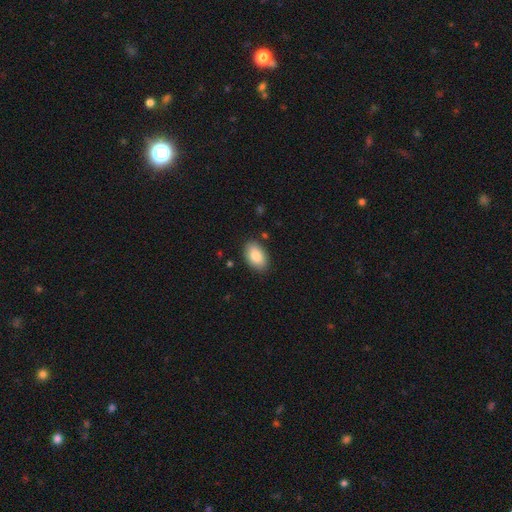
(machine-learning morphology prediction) smooth_or_featured: smooth (p=0.87) [alt: featured or disk p=0.07]
how_rounded: in between (p=0.93) [alt: round p=0.06]
merging: none (p=0.86) [alt: minor disturbance p=0.11]